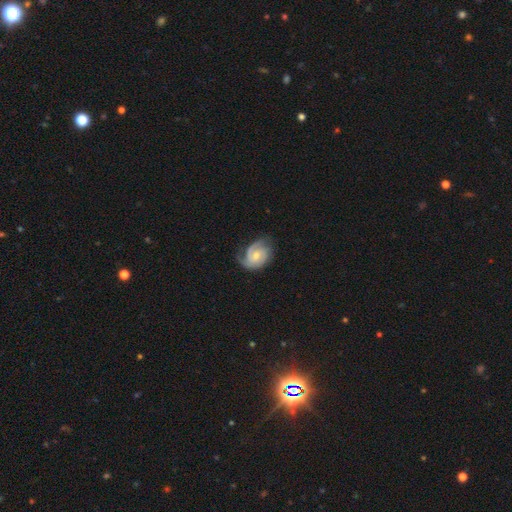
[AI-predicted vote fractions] This is clearly a featured or disk galaxy (84%). It is clearly not viewed edge-on (98%). Bar: likely no (61%). Spiral arm pattern: clearly yes (97%). Spiral arm count: possibly 2 (54%). Spiral winding: possibly tight (53%). Central bulge: possibly moderate (48%). Merging: likely none (65%).